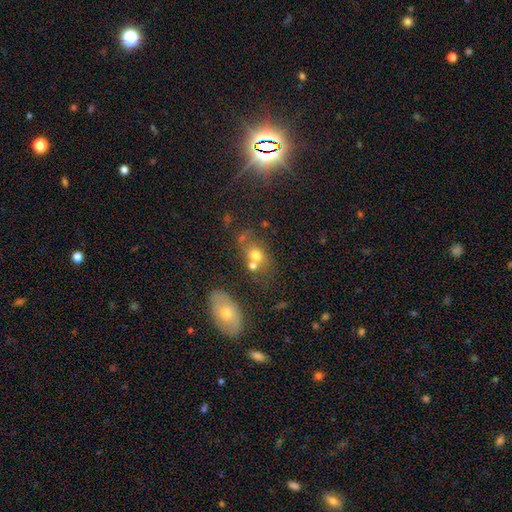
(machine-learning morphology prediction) smooth-or-featured: smooth: 67% | featured or disk: 18% | star or artifact: 14%
  how-rounded: in between: 54% | round: 44% | cigar-shaped: 2%
  merging: none: 45% | merger: 36% | minor disturbance: 13% | major disturbance: 6%